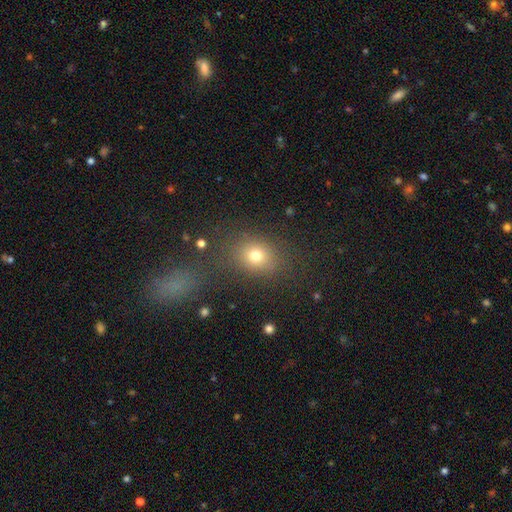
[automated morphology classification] smooth 74%, star or artifact 17%, featured or disk 10%. Down the decision tree: how rounded — round (55%); merging — none (72%).